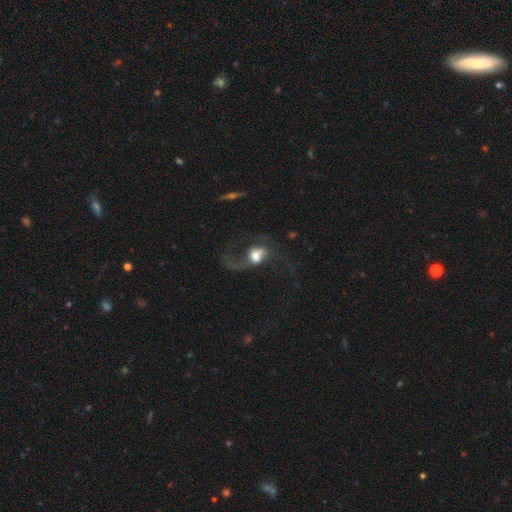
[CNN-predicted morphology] Smooth or featured?
  - featured or disk: 54% *
  - smooth: 36%
  - star or artifact: 10%
Edge-on disk?
  - no: 95% *
  - yes: 5%
Bar?
  - no: 61% *
  - weak: 29%
  - strong: 9%
Spiral arms?
  - yes: 76% *
  - no: 24%
Bulge size?
  - moderate: 42% *
  - large: 38%
  - dominant: 10%
  - small: 8%
  - none: 3%
Merging?
  - major disturbance: 49% *
  - none: 32%
  - minor disturbance: 13%
  - merger: 5%